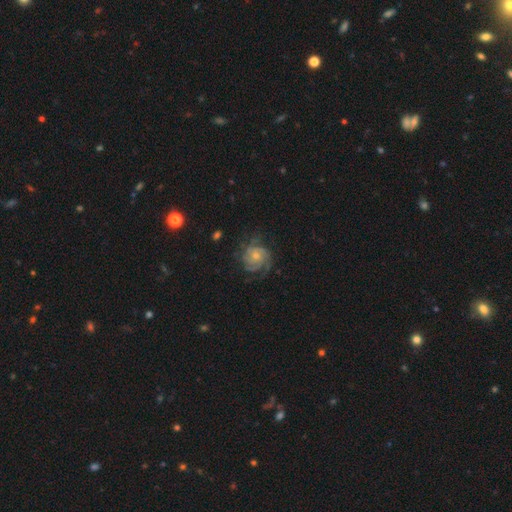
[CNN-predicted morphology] This is clearly a featured or disk galaxy (86%). It is clearly not viewed edge-on (98%). Bar: likely no (76%). Spiral arm pattern: clearly yes (97%). Spiral arm count: marginally 3 (34%). Spiral winding: likely tight (65%). Central bulge: possibly small (56%). Merging: likely none (70%).